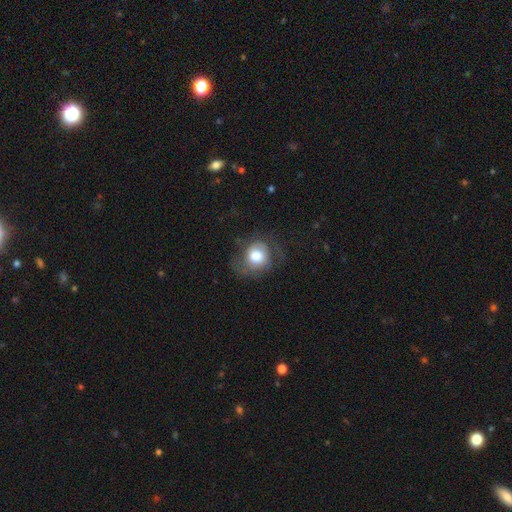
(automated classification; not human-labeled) smooth-or-featured: smooth: 62% | featured or disk: 29% | star or artifact: 9%
  how-rounded: round: 78% | in between: 21% | cigar-shaped: 1%
  merging: none: 53% | minor disturbance: 23% | major disturbance: 22% | merger: 1%